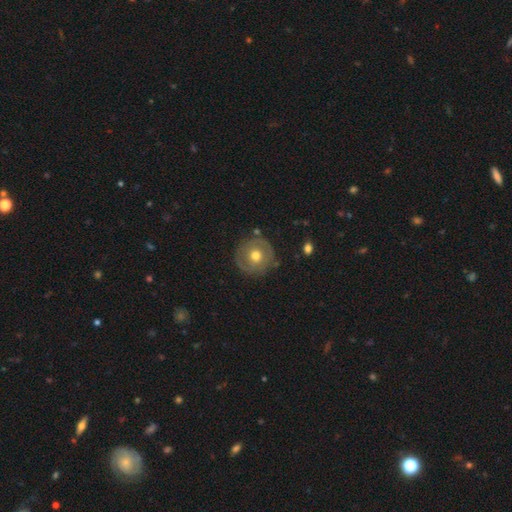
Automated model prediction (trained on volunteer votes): Smooth or featured?
  - smooth: 47% *
  - featured or disk: 45%
  - star or artifact: 7%
Merging?
  - none: 81% *
  - minor disturbance: 13%
  - major disturbance: 4%
  - merger: 2%